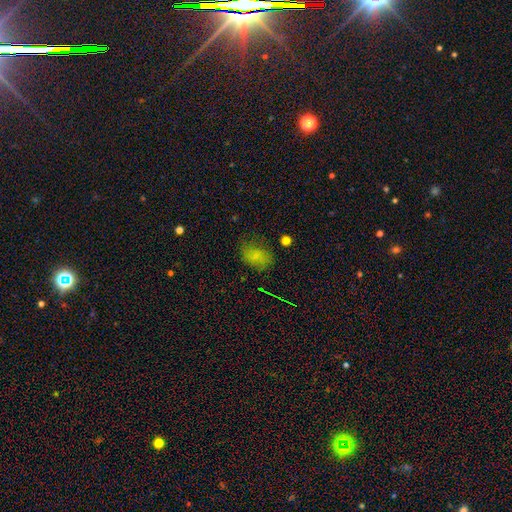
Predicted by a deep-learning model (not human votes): Smooth or featured?
  - smooth: 62% *
  - star or artifact: 24%
  - featured or disk: 14%
How rounded?
  - in between: 72% *
  - round: 26%
  - cigar-shaped: 2%
Merging?
  - none: 63% *
  - minor disturbance: 25%
  - major disturbance: 10%
  - merger: 2%